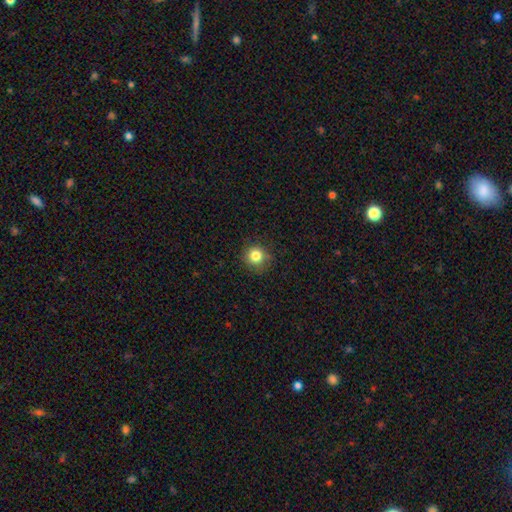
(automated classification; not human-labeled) smooth 83%, star or artifact 11%, featured or disk 6%. Down the decision tree: how rounded — round (93%); merging — none (86%).